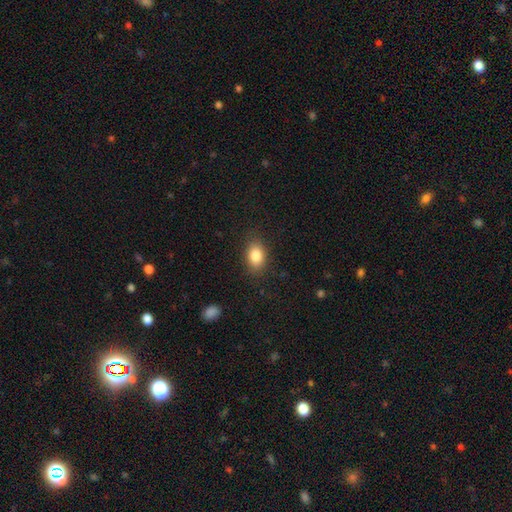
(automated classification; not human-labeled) Smooth or featured: smooth — 85% (star or artifact — 8%)
How rounded: in between — 81% (round — 17%)
Merging: none — 85% (minor disturbance — 11%)